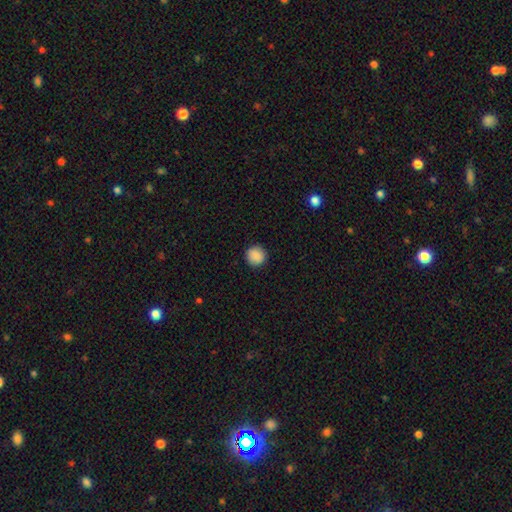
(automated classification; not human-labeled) A smooth galaxy with no disk features (88%) that is round (93%).

Vote fractions:
- Smooth or featured? smooth: 88% / star or artifact: 8% / featured or disk: 4%
- How rounded? round: 93% / in between: 6% / cigar-shaped: 1%
- Merging? none: 91% / minor disturbance: 6% / major disturbance: 2% / merger: 1%